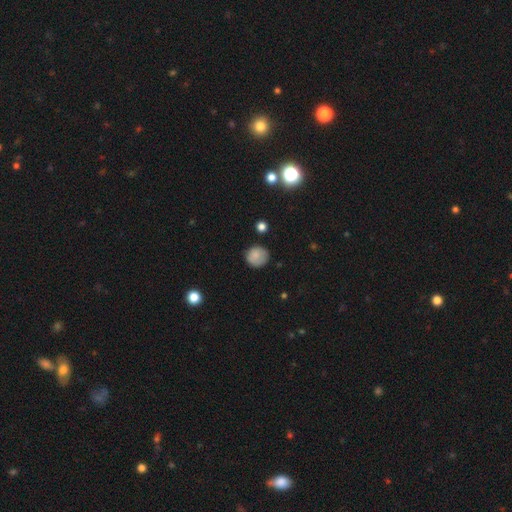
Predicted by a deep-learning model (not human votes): Smooth or featured? smooth (81%)
How rounded? round (90%)
Merging? none (78%)